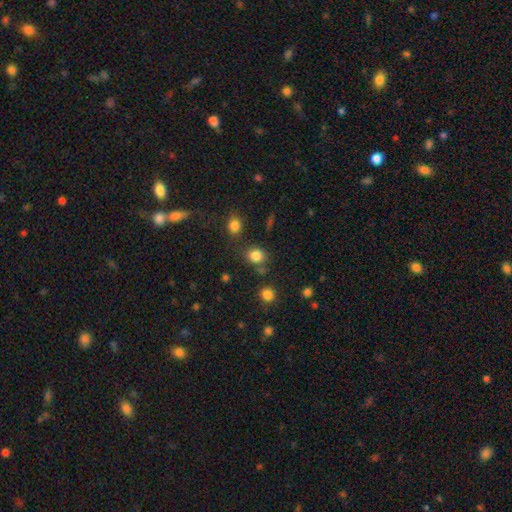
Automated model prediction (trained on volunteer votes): smooth-or-featured: smooth: 82% | star or artifact: 13% | featured or disk: 5%
  how-rounded: round: 77% | in between: 22% | cigar-shaped: 1%
  merging: none: 72% | merger: 12% | minor disturbance: 11% | major disturbance: 5%